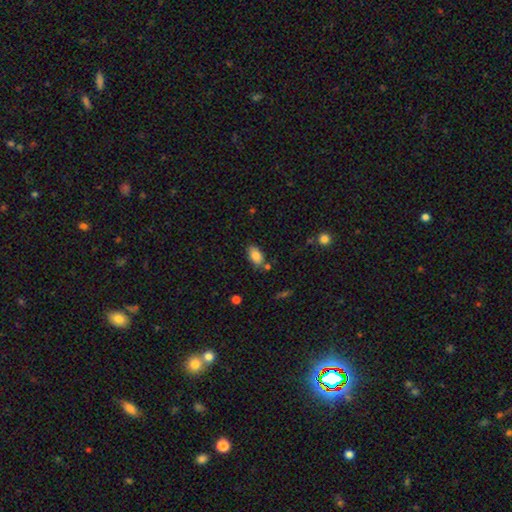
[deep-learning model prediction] This is clearly a smooth galaxy (84%). How rounded: clearly in between (92%). Merging: likely none (74%).